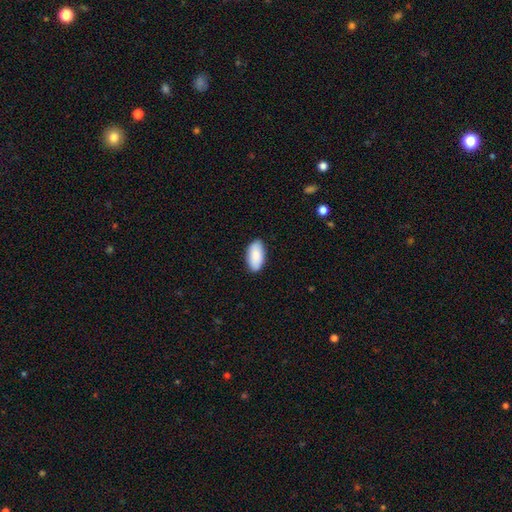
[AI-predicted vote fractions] A smooth galaxy with no disk features (89%) that is in between round and cigar-shaped (95%). Merging: none (87%).